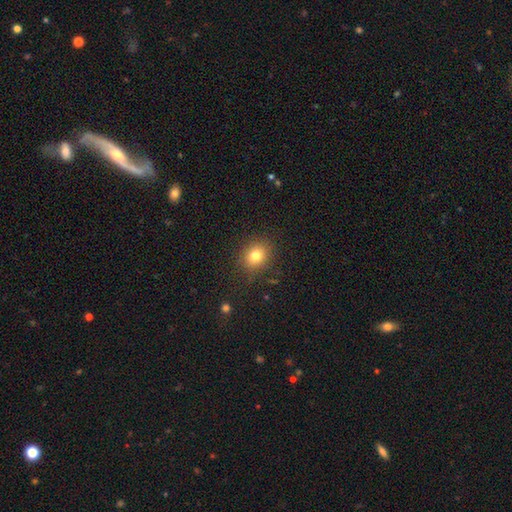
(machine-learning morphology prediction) type=smooth (79%); roundness=round (65%); merging=none (86%).